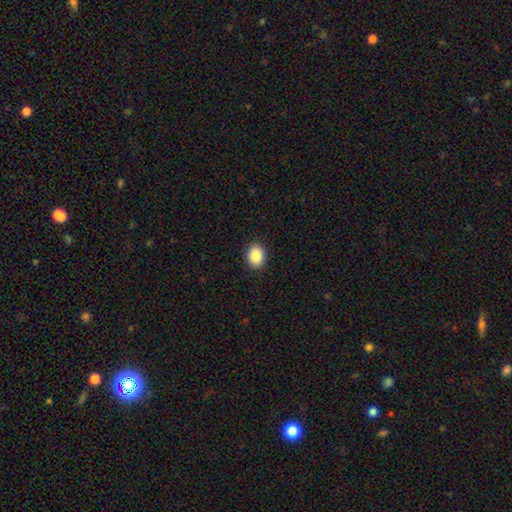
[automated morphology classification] The model was most divided on "how rounded": in between: 69%, round: 30%, cigar-shaped: 1%. More confident: merging — none (90%); smooth or featured — smooth (88%).